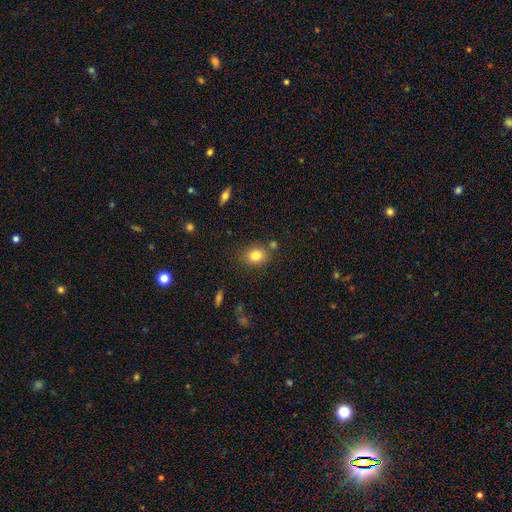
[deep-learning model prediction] Smooth or featured?
  - smooth: 81% *
  - star or artifact: 11%
  - featured or disk: 8%
How rounded?
  - round: 62% *
  - in between: 37%
  - cigar-shaped: 1%
Merging?
  - none: 78% *
  - minor disturbance: 12%
  - merger: 7%
  - major disturbance: 3%